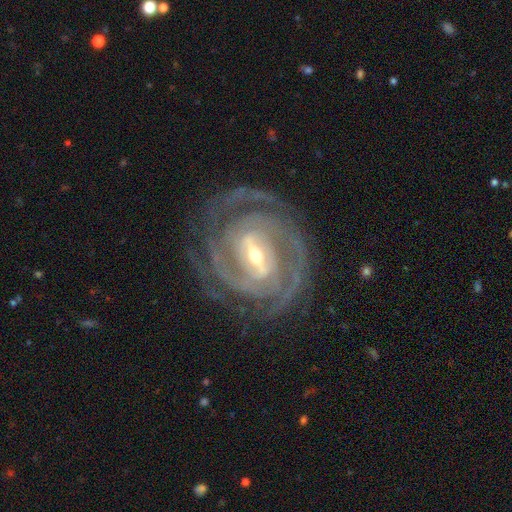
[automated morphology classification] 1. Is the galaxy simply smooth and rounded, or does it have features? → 92% featured or disk, 4% star or artifact, 3% smooth.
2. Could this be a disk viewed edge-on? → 97% no, 3% yes.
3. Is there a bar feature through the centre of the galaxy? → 62% strong, 29% weak, 8% no.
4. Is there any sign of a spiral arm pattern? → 98% yes, 2% no.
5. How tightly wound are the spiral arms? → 68% tight, 28% medium, 4% loose.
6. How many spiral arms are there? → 42% 2, 22% 3, 14% can't tell, 11% 4, 6% more than 4, 5% 1.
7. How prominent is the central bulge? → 50% small, 45% moderate, 3% large, 1% none, 1% dominant.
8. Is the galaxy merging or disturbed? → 76% none, 14% minor disturbance, 9% major disturbance, 1% merger.